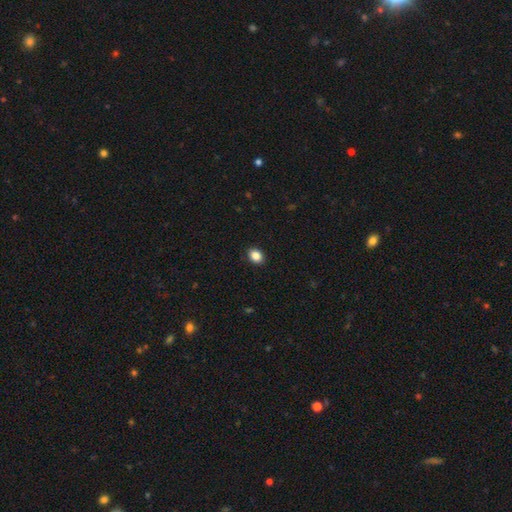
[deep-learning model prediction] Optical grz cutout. It shows a smooth galaxy with no disk features (86%) that is in between round and cigar-shaped (53%). Merging: none (91%).